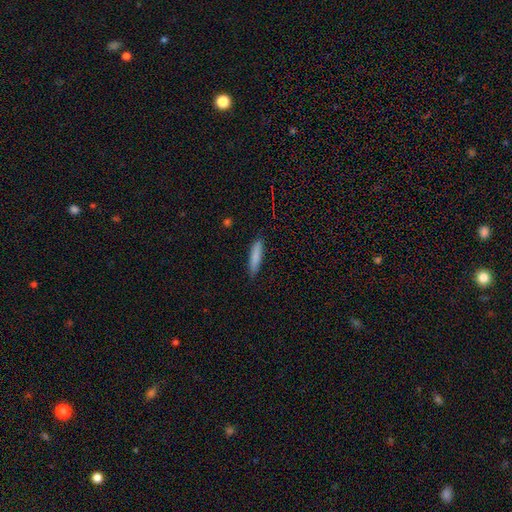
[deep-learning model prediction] A smooth galaxy with no disk features (83%) that is cigar-shaped (85%). Merging: none (86%).